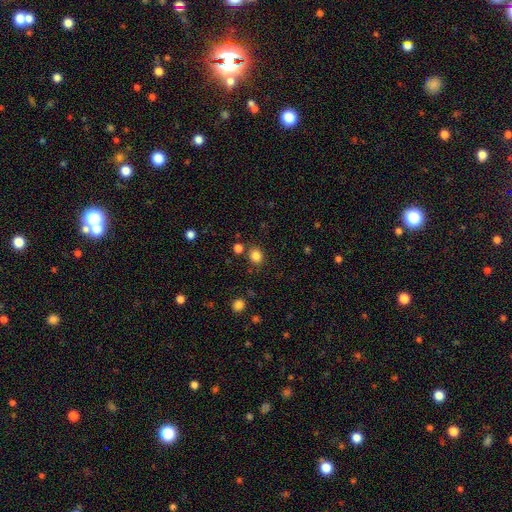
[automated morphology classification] Q: Smooth or featured?
A: smooth (84%); runner-up: star or artifact (12%)
Q: How rounded?
A: round (72%); runner-up: in between (27%)
Q: Merging?
A: none (81%); runner-up: minor disturbance (9%)